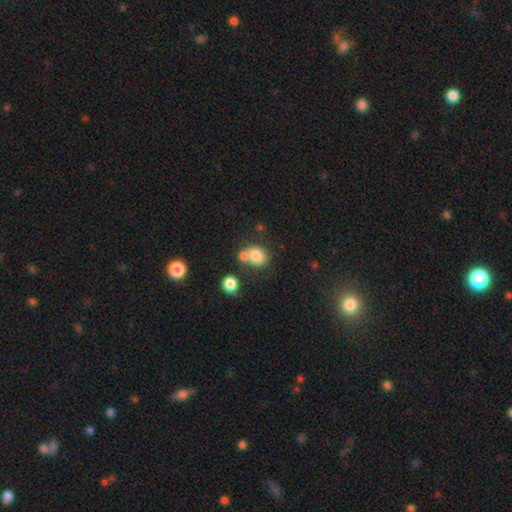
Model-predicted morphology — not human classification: Overall: smooth (79%). How rounded: round (66%; in between 33%). Merging: none (48%; merger 36%).